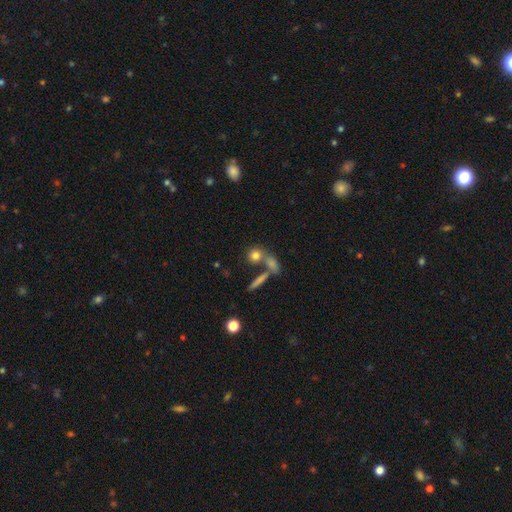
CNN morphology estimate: type=smooth (76%); roundness=round (69%); merging=none (54%).